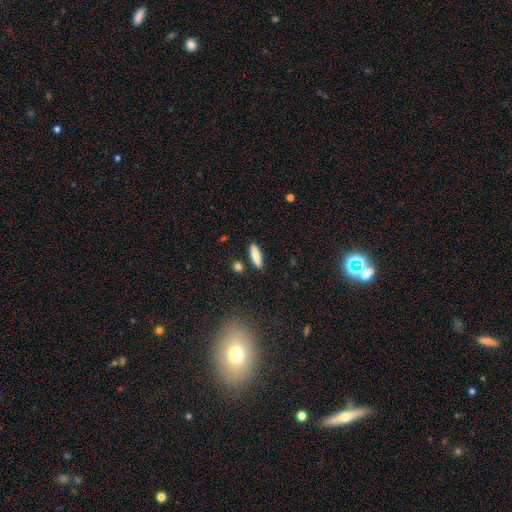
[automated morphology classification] smooth 81%, featured or disk 13%, star or artifact 6%. Down the decision tree: how rounded — cigar-shaped (58%); merging — none (85%).